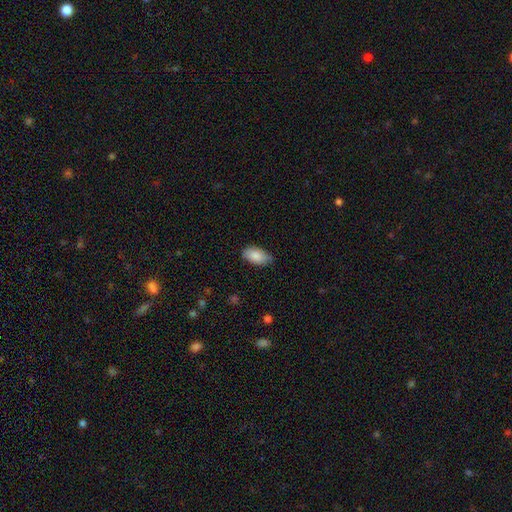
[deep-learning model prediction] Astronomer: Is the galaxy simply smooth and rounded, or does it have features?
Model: smooth — 86%.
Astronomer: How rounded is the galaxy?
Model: in between — 94%.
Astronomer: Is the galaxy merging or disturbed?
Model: none — 75%.